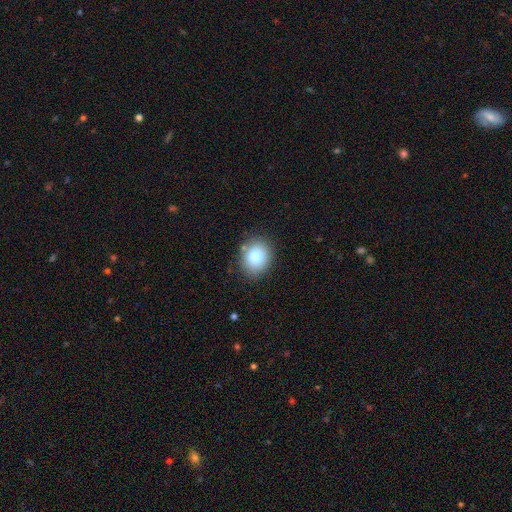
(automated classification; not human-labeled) Smooth or featured: smooth — 81% (star or artifact — 10%)
How rounded: round — 57% (in between — 42%)
Merging: none — 84% (minor disturbance — 11%)